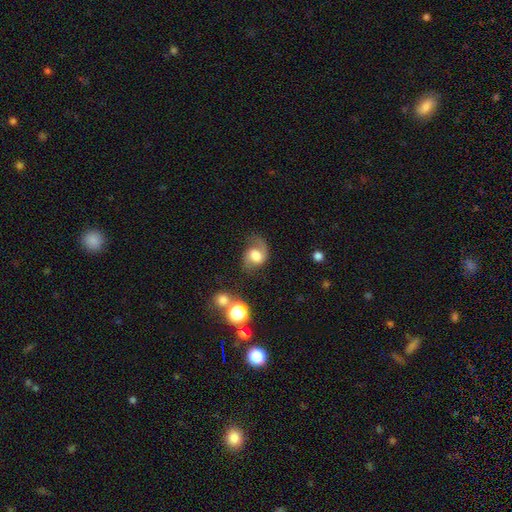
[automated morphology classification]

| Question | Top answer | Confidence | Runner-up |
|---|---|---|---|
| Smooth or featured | featured or disk | 59% | smooth (32%) |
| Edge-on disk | no | 97% | yes (3%) |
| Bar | no | 51% | weak (39%) |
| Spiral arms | yes | 90% | no (10%) |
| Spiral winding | loose | 50% | medium (40%) |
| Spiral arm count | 2 | 73% | 1 (20%) |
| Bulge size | large | 41% | moderate (37%) |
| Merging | none | 54% | minor disturbance (23%) |